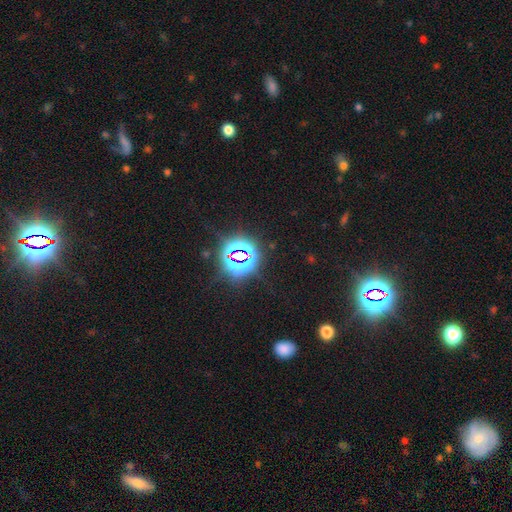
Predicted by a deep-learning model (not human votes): smooth-or-featured: star or artifact: 79% | smooth: 13% | featured or disk: 7%